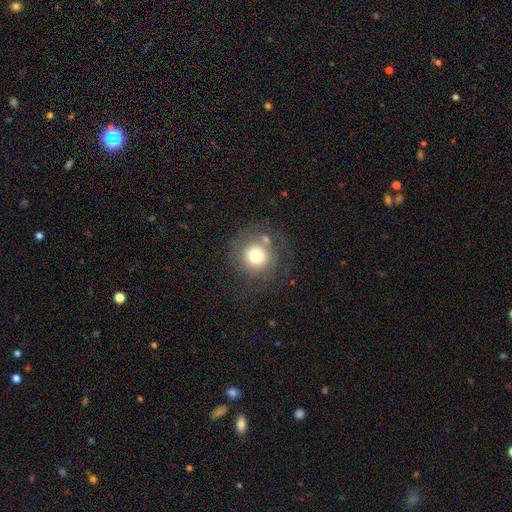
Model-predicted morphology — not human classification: This appears to be a smooth galaxy with no disk features (68%) that is round (93%). Merging: none (69%).